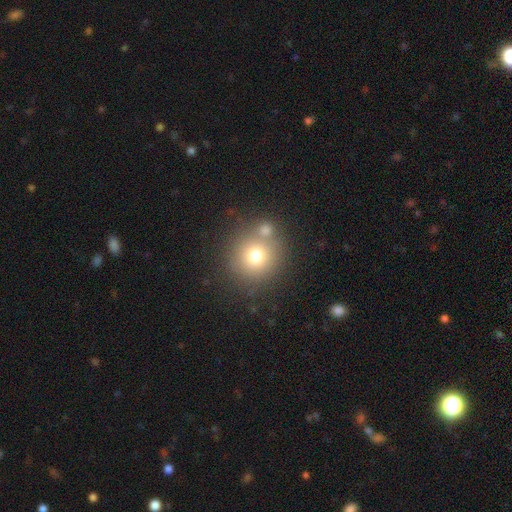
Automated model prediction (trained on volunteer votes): smooth-or-featured: smooth: 73% | star or artifact: 14% | featured or disk: 13%
  how-rounded: round: 91% | in between: 8% | cigar-shaped: 1%
  merging: none: 67% | merger: 19% | minor disturbance: 10% | major disturbance: 4%